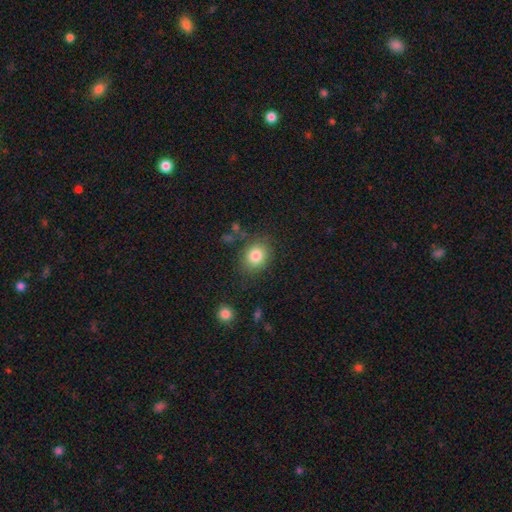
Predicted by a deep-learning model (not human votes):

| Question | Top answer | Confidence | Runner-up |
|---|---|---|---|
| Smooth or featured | smooth | 83% | star or artifact (10%) |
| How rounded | round | 60% | in between (39%) |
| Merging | none | 80% | minor disturbance (13%) |